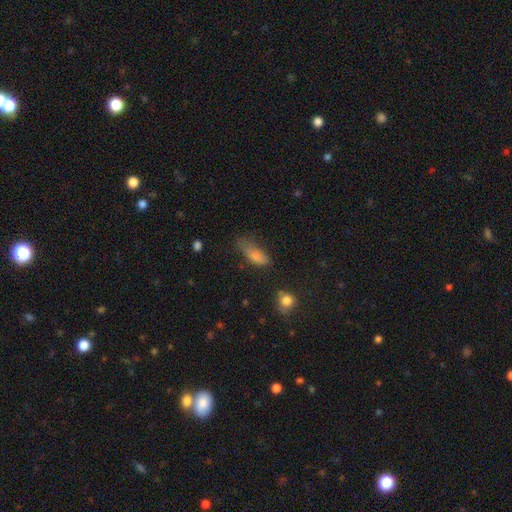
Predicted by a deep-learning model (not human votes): smooth-or-featured: smooth: 80% | star or artifact: 10% | featured or disk: 10%
  how-rounded: in between: 71% | cigar-shaped: 25% | round: 4%
  merging: none: 37% (tied) | minor disturbance: 37% (tied) | major disturbance: 22% | merger: 4%